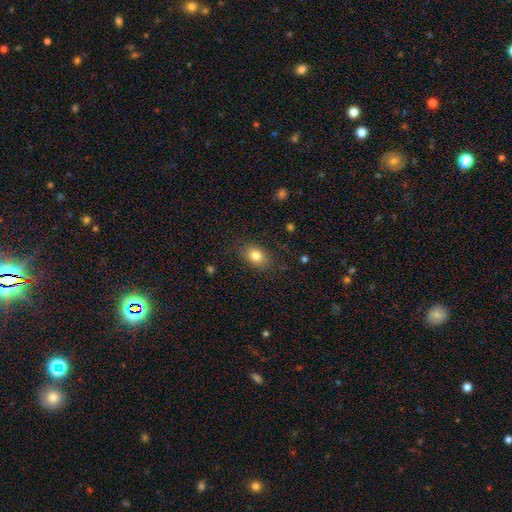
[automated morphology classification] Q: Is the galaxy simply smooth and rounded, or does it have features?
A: smooth — 81%.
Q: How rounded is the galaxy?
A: in between — 73%.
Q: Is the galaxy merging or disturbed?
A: none — 82%.